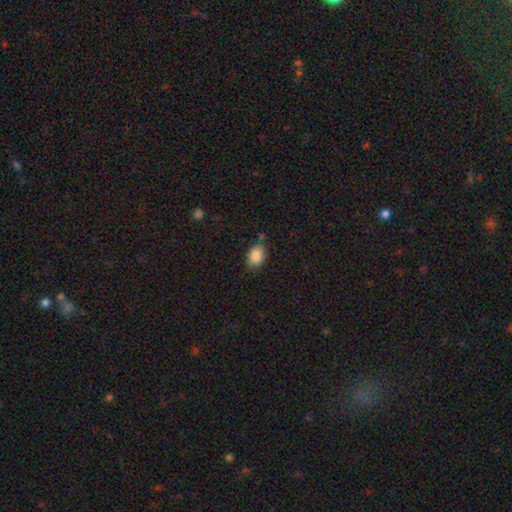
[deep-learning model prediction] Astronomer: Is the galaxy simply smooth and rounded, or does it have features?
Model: smooth — 88%.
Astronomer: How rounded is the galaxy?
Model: in between — 81%.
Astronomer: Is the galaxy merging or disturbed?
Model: none — 71%.